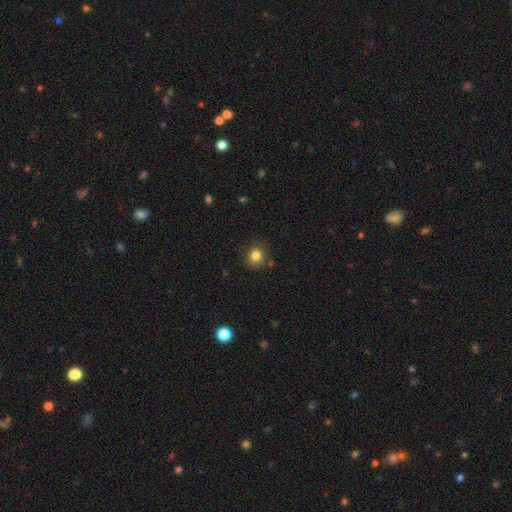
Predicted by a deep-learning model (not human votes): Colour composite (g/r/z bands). It shows a smooth galaxy with no disk features (82%) that is round (79%). Merging: none (81%).